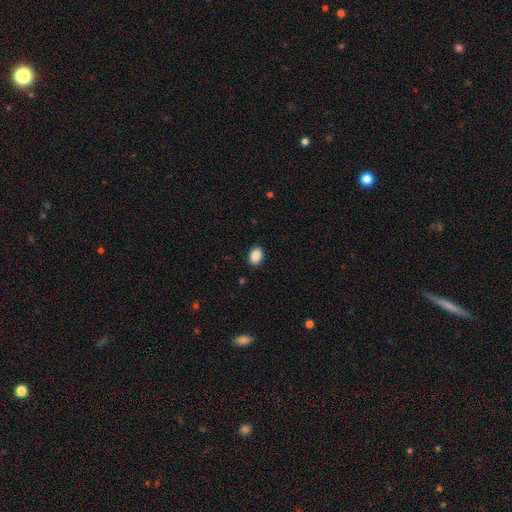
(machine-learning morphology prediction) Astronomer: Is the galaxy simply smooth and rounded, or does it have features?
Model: smooth — 90%.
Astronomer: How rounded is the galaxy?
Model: in between — 81%.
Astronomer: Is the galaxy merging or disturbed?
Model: none — 88%.